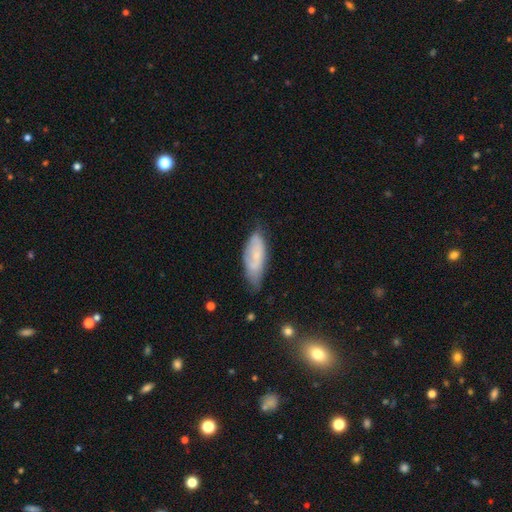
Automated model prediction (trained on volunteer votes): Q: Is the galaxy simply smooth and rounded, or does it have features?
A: smooth — 56%.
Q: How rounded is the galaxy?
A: in between — 74%.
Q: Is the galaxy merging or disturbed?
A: none — 50%.